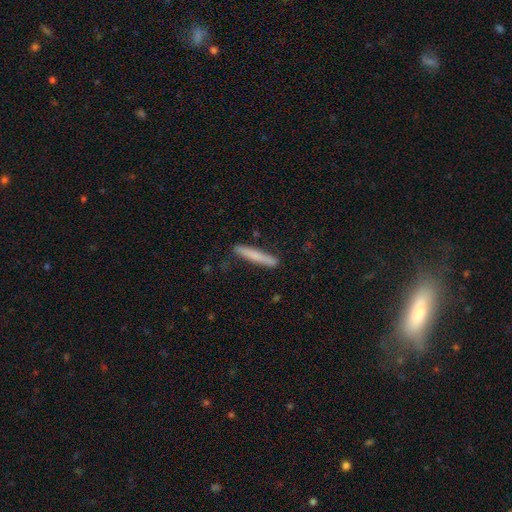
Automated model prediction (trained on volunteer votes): Smooth or featured? Predicted: smooth (p=0.74). How rounded? Predicted: cigar-shaped (p=0.95). Merging? Predicted: none (p=0.88).